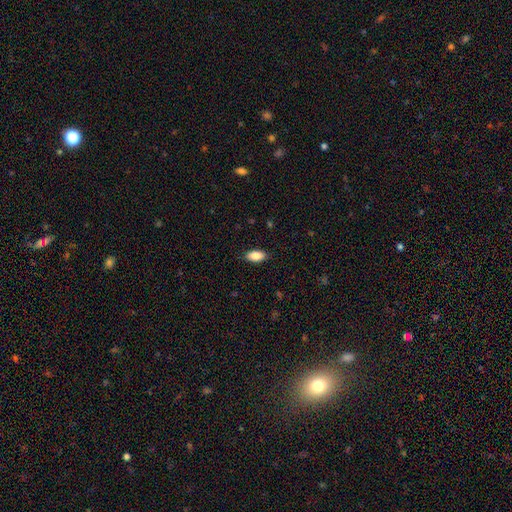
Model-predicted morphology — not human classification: Smooth or featured? smooth (87%)
How rounded? in between (91%)
Merging? none (86%)